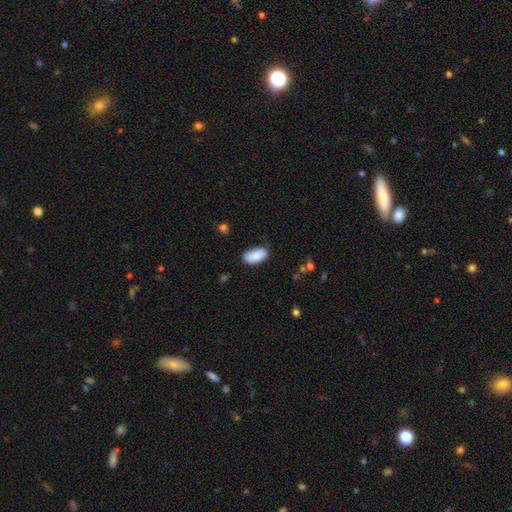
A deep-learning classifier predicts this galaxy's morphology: Smooth or featured? smooth (87%)
How rounded? in between (94%)
Merging? none (71%)